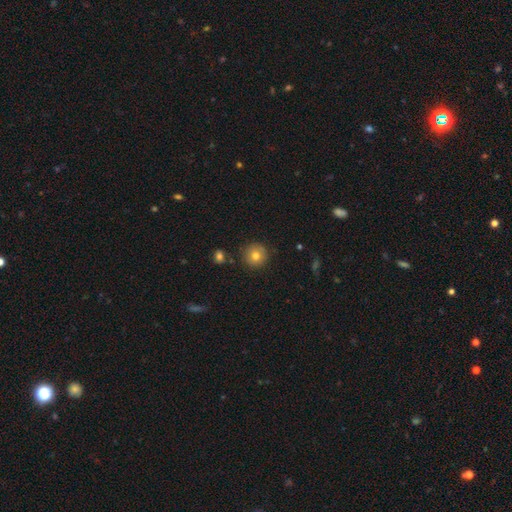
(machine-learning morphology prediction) smooth 78%, featured or disk 11%, star or artifact 11%. Down the decision tree: how rounded — round (95%); merging — none (88%).